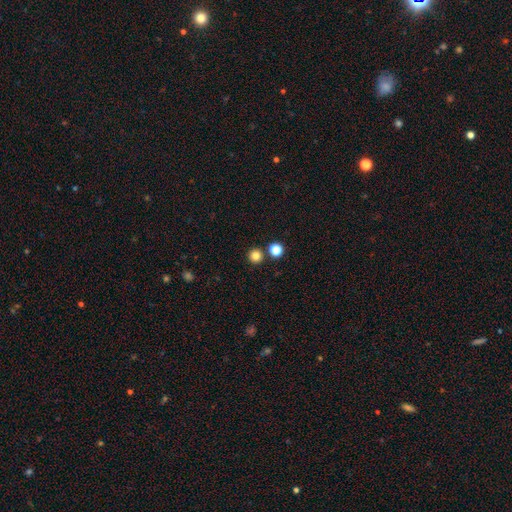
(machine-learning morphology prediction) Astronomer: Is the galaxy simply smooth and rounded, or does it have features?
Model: smooth — 81%.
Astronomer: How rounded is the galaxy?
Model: round — 95%.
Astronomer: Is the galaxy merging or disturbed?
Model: none — 86%.